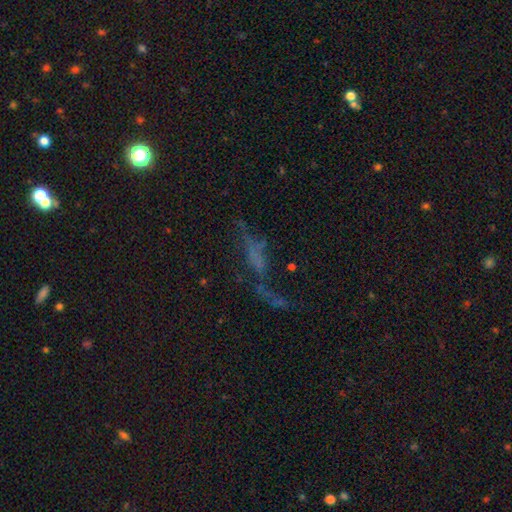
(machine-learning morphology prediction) This is marginally a featured or disk galaxy (38%). Merging: marginally major disturbance (36%).